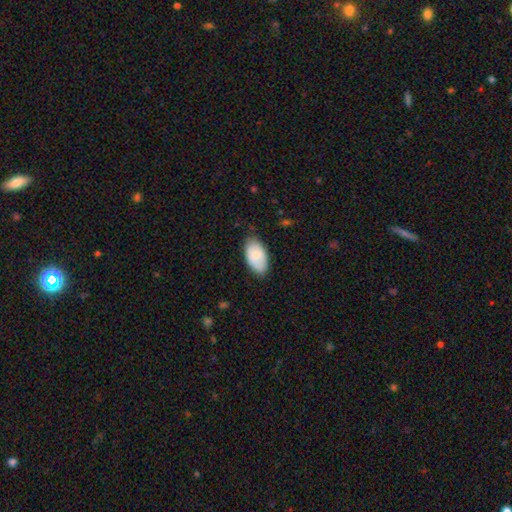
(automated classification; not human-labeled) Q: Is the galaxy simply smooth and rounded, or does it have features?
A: smooth — 81%.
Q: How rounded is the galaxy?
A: in between — 95%.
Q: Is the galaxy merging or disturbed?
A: none — 75%.